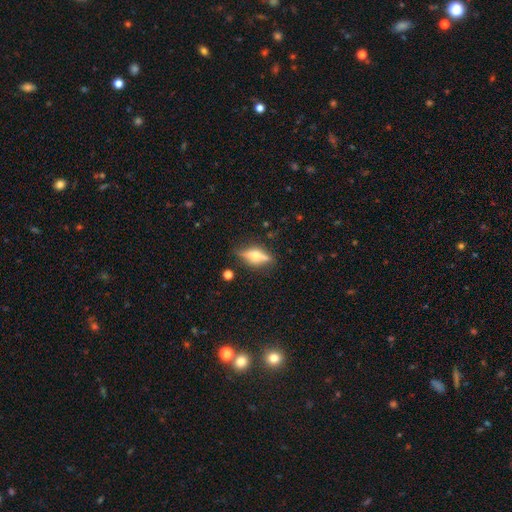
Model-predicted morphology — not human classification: A featured or disk galaxy (61%) viewed edge-on (89%) with a rounded central bulge (89%).

Vote fractions:
- Smooth or featured? featured or disk: 61% / smooth: 30% / star or artifact: 9%
- Edge-on disk? yes: 89% / no: 11%
- Edge-on bulge? rounded: 89% / boxy: 7% / none: 4%
- Merging? none: 75% / minor disturbance: 16% / major disturbance: 6% / merger: 3%